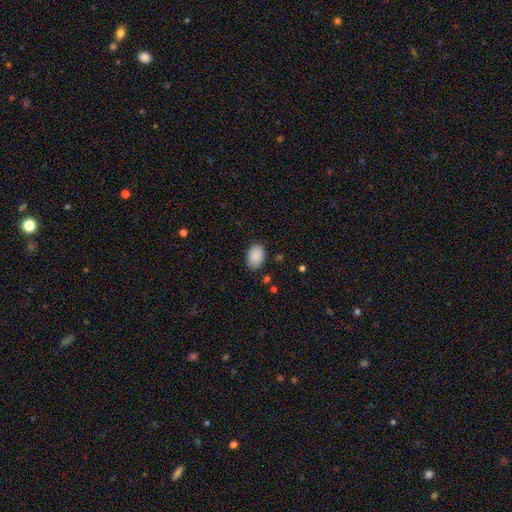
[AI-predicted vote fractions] Smooth or featured? smooth (90%)
How rounded? in between (83%)
Merging? none (84%)